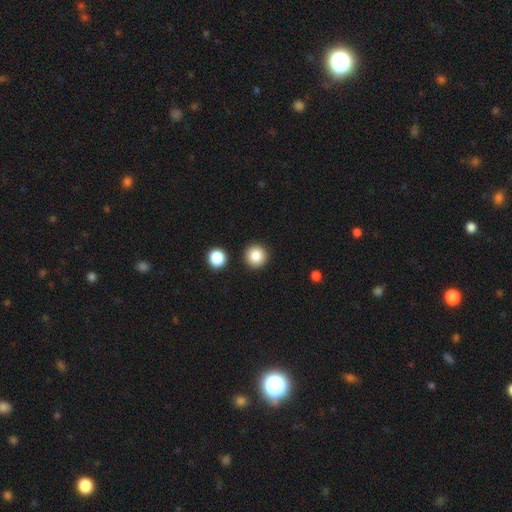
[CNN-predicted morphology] Overall: smooth (85%). How rounded: round (95%). Merging: none (90%).